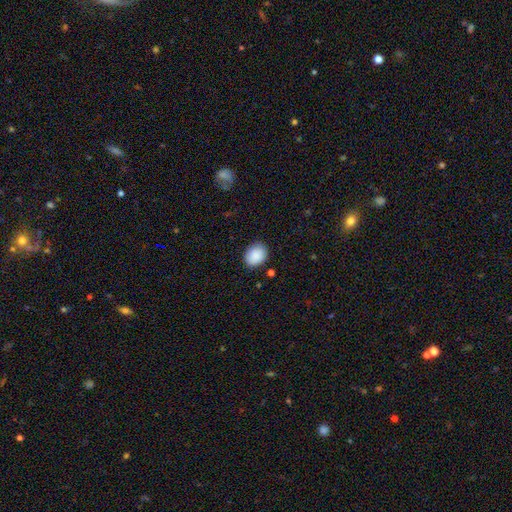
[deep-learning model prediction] Smooth or featured?
  - smooth: 90% *
  - star or artifact: 7%
  - featured or disk: 3%
How rounded?
  - in between: 55% *
  - round: 44%
  - cigar-shaped: 1%
Merging?
  - none: 85% *
  - minor disturbance: 11%
  - major disturbance: 3%
  - merger: 1%